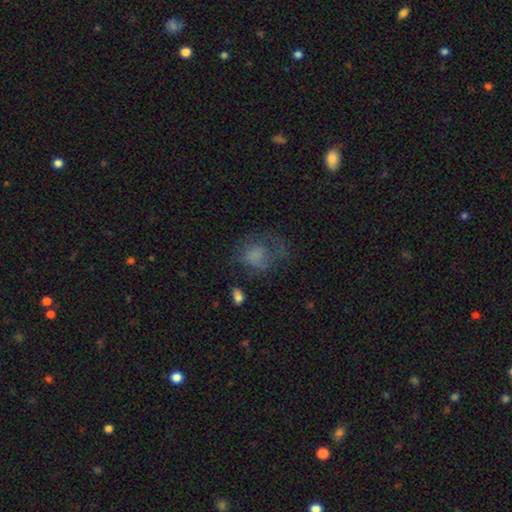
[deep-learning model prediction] Smooth or featured?
  - smooth: 61% *
  - featured or disk: 26%
  - star or artifact: 13%
How rounded?
  - round: 53% *
  - in between: 46%
  - cigar-shaped: 1%
Merging?
  - major disturbance: 39% *
  - none: 35%
  - minor disturbance: 22%
  - merger: 3%